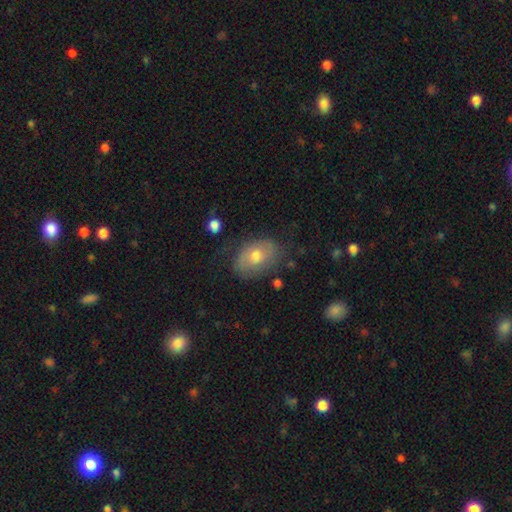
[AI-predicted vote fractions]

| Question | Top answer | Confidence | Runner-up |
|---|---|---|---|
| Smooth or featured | smooth | 59% | featured or disk (33%) |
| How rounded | in between | 82% | round (17%) |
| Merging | none | 70% | minor disturbance (21%) |